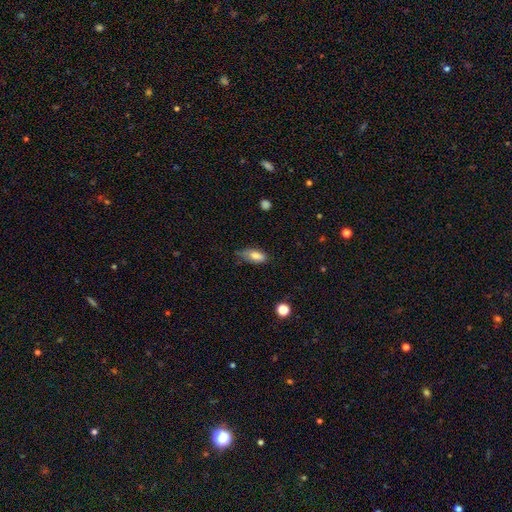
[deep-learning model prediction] Smooth or featured? Predicted: smooth (p=0.81). How rounded? Predicted: in between (p=0.86). Merging? Predicted: none (p=0.50).